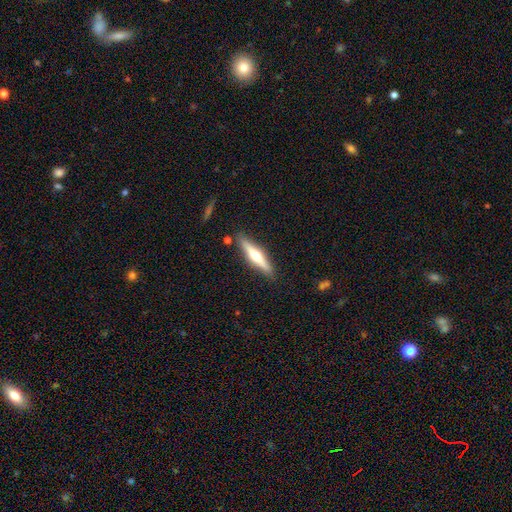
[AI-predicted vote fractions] smooth_or_featured: featured or disk (p=0.62) [alt: smooth p=0.32]
disk_edge_on: yes (p=0.96) [alt: no p=0.04]
edge_on_bulge: rounded (p=0.90) [alt: boxy p=0.05]
merging: none (p=0.87) [alt: minor disturbance p=0.09]